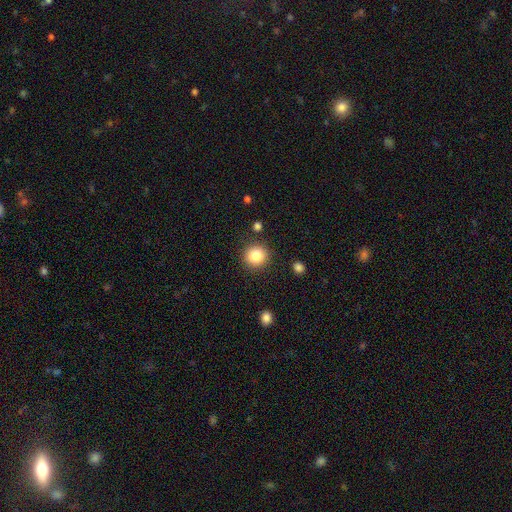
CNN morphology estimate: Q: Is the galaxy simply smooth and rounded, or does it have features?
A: smooth — 84%.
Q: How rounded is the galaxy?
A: round — 92%.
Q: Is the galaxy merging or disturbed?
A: none — 89%.